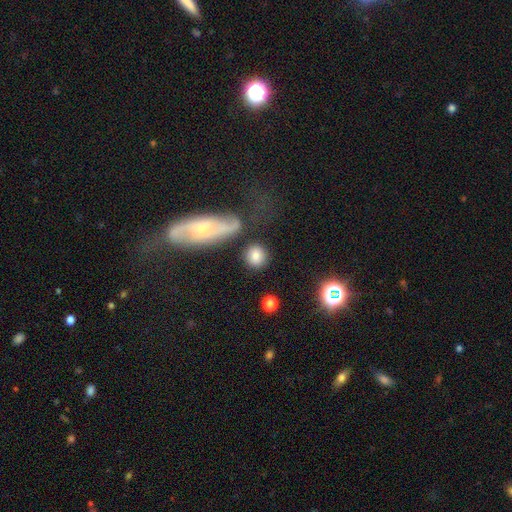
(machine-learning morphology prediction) smooth_or_featured: smooth (p=0.81) [alt: featured or disk p=0.10]
how_rounded: round (p=0.79) [alt: in between p=0.18]
merging: none (p=0.76) [alt: minor disturbance p=0.10]